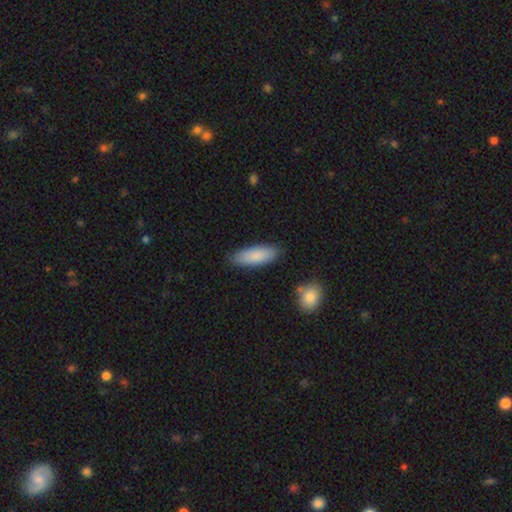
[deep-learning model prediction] smooth-or-featured: smooth: 85% | featured or disk: 9% | star or artifact: 6%
  how-rounded: in between: 64% | cigar-shaped: 34% | round: 2%
  merging: none: 83% | minor disturbance: 12% | major disturbance: 2% | merger: 2%